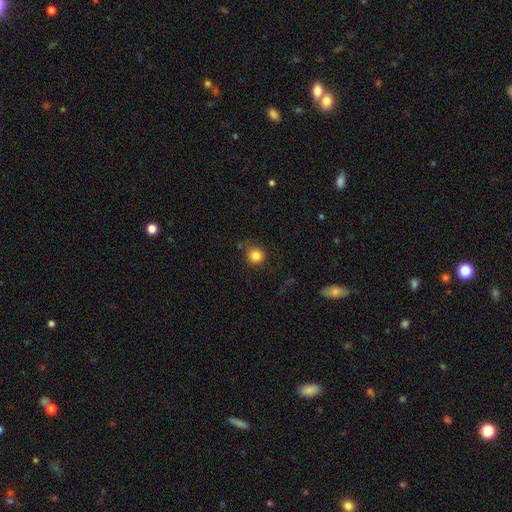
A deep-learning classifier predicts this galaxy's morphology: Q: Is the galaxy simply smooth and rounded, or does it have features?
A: smooth — 83%.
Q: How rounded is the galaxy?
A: round — 89%.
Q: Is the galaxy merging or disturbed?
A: none — 79%.